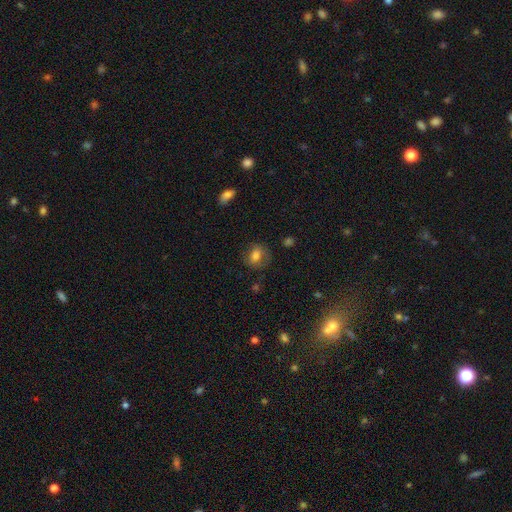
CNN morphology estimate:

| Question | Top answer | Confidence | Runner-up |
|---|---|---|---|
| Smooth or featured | smooth | 73% | featured or disk (17%) |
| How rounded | round | 56% | in between (43%) |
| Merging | none | 70% | minor disturbance (19%) |